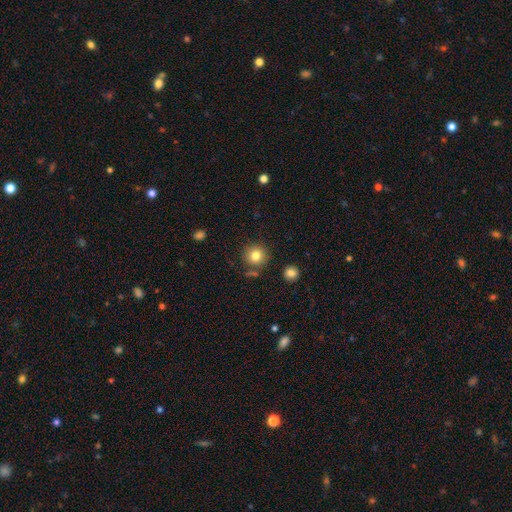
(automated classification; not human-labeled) smooth_or_featured: smooth (p=0.81) [alt: star or artifact p=0.11]
how_rounded: round (p=0.92) [alt: in between p=0.07]
merging: none (p=0.81) [alt: minor disturbance p=0.10]